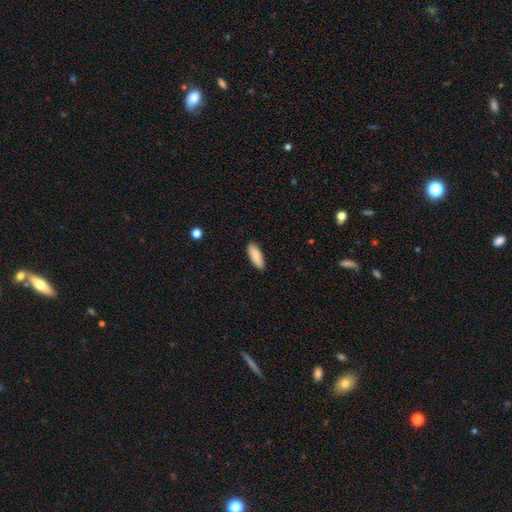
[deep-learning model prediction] This is clearly a smooth galaxy (90%). How rounded: likely in between (67%). Merging: clearly none (89%).